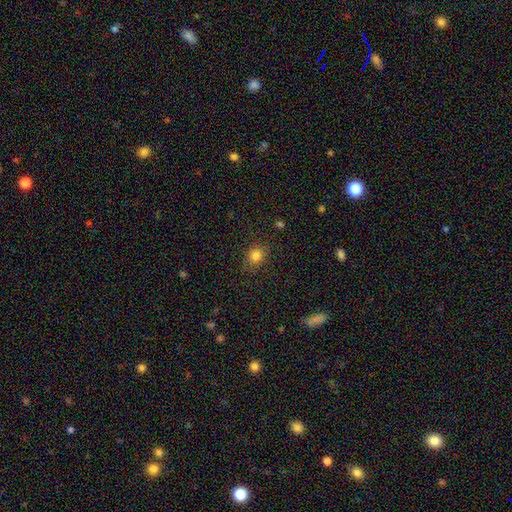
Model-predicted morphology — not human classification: Smooth or featured? smooth (81%)
How rounded? round (65%)
Merging? none (82%)